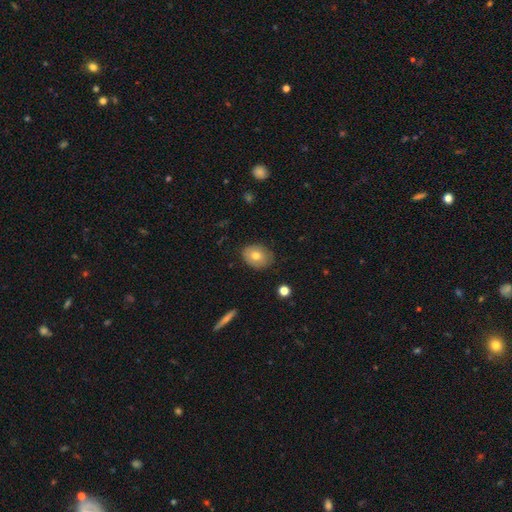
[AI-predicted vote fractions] Overall: smooth (72%). How rounded: in between (58%; round 41%). Merging: none (81%).